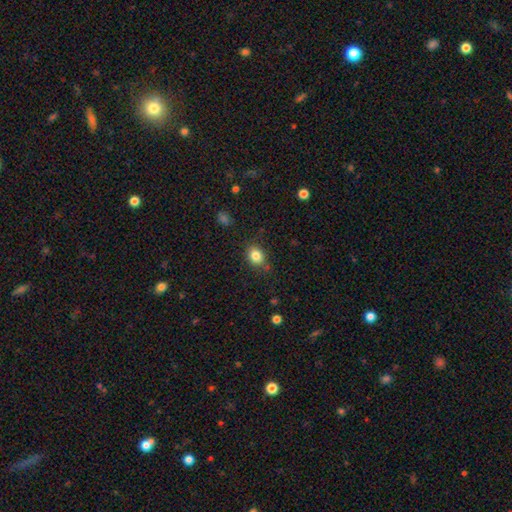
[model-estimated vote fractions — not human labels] The model was most divided on "how rounded": in between: 50%, round: 49%, cigar-shaped: 1%. More confident: smooth or featured — smooth (83%); merging — none (79%).